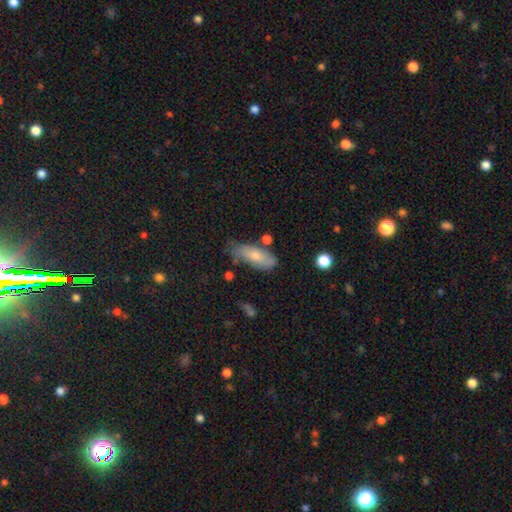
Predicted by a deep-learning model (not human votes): Smooth or featured: smooth — 70% (featured or disk — 23%)
How rounded: in between — 73% (cigar-shaped — 25%)
Merging: none — 58% (minor disturbance — 27%)